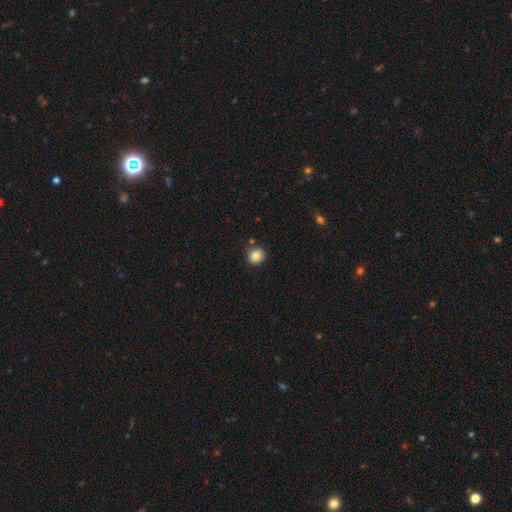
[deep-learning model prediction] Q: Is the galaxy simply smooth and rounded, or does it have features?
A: smooth — 85%.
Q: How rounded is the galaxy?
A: round — 85%.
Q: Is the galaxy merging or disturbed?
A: none — 82%.